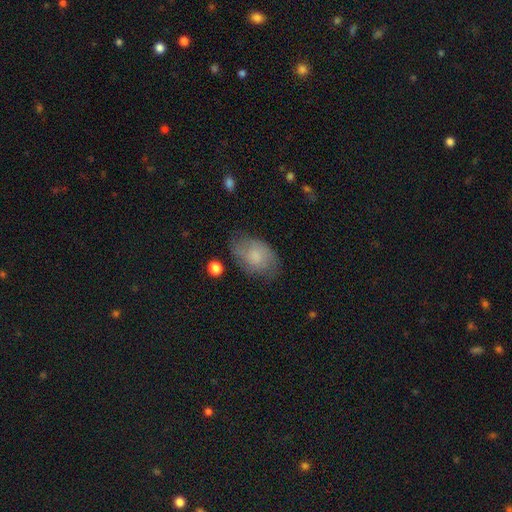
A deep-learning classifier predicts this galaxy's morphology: smooth 63%, featured or disk 29%, star or artifact 8%. Down the decision tree: how rounded — in between (86%); merging — none (61%).